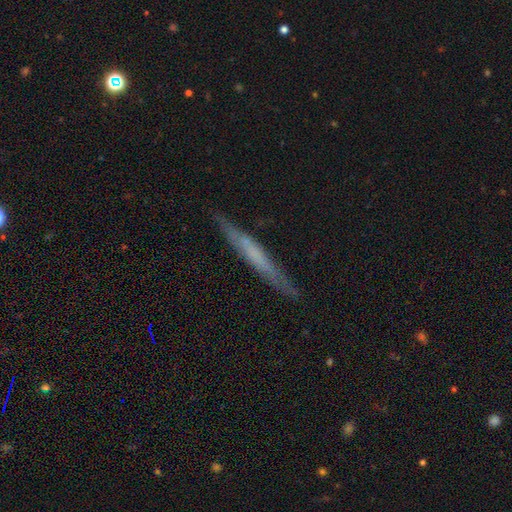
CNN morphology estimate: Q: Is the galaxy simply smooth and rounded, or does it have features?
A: featured or disk — 53%.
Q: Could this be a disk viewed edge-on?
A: yes — 94%.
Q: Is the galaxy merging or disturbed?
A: none — 87%.